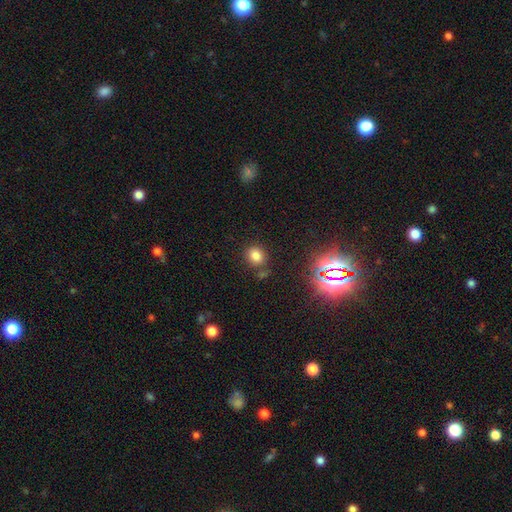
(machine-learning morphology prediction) Smooth or featured? smooth (77%)
How rounded? round (70%)
Merging? none (76%)